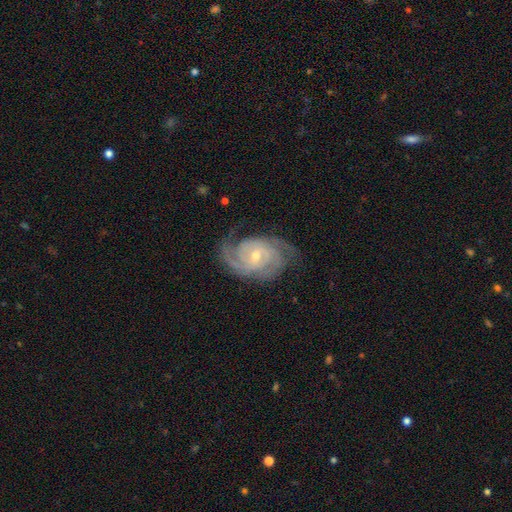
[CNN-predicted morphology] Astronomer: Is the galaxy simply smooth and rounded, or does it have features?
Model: featured or disk — 91%.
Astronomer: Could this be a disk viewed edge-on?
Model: no — 97%.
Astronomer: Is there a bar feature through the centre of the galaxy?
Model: no — 54% (runner-up: weak, 38%).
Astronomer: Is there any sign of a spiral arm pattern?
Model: yes — 98%.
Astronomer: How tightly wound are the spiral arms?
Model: tight — 62%.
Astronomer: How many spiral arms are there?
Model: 3 — 33%, tied with 2 at 33%.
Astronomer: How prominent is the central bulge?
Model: small — 54% (runner-up: moderate, 43%).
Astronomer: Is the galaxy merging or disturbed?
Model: none — 73%.